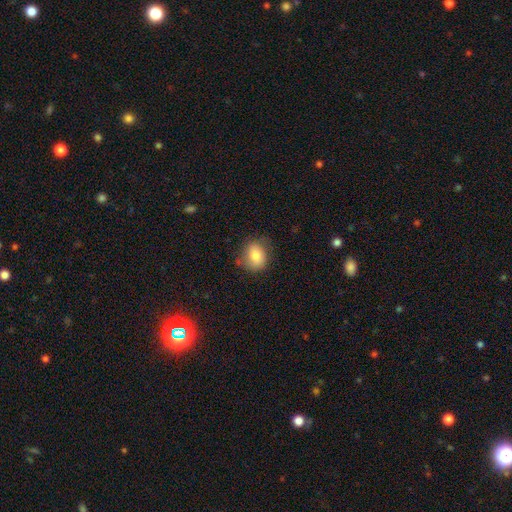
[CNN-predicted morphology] A smooth galaxy with no disk features (78%) that is round (54%). Merging: none (68%).